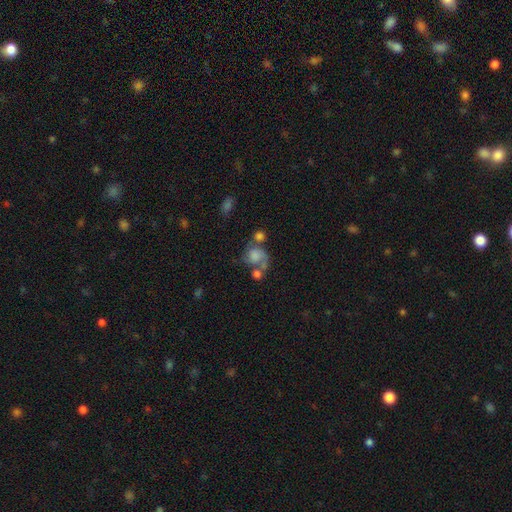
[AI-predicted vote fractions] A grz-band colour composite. It shows a smooth galaxy with no disk features (46%). Merging: merger (33%).